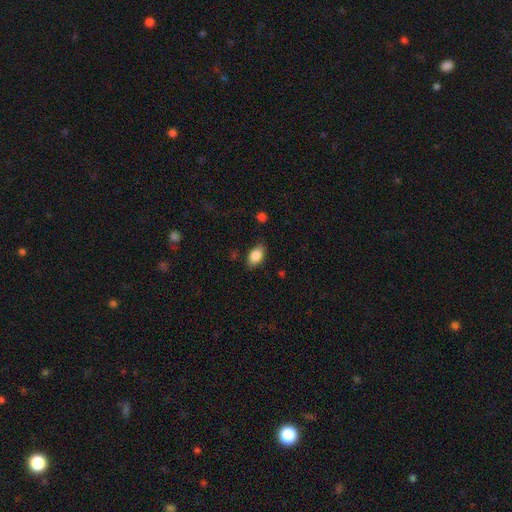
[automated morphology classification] The model was most divided on "merging": none: 80%, minor disturbance: 16%, major disturbance: 3%, merger: 1%. More confident: how rounded — in between (90%); smooth or featured — smooth (85%).